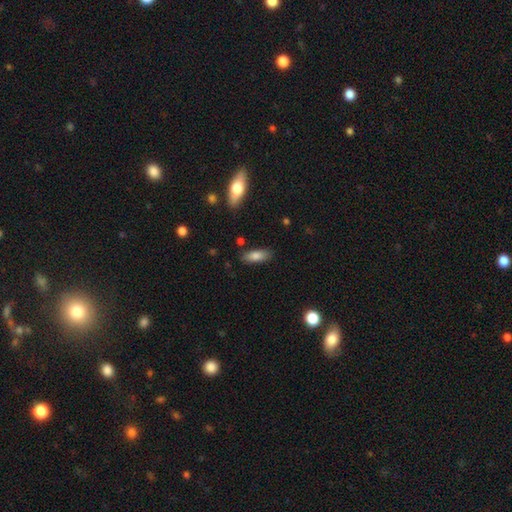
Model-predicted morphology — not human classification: Smooth or featured? Predicted: smooth (p=0.80). How rounded? Predicted: in between (p=0.70). Merging? Predicted: none (p=0.82).